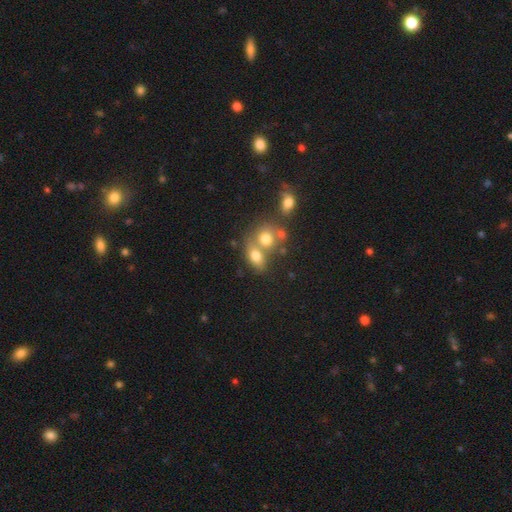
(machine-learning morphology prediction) smooth_or_featured: smooth (p=0.72) [alt: featured or disk p=0.16]
how_rounded: in between (p=0.66) [alt: round p=0.31]
merging: merger (p=0.49) [alt: none p=0.36]